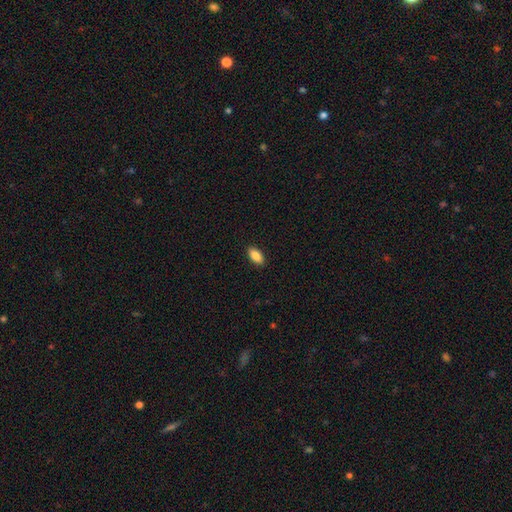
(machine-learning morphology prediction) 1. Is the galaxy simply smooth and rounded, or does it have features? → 87% smooth, 7% star or artifact, 6% featured or disk.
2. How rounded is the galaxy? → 92% in between, 5% cigar-shaped, 3% round.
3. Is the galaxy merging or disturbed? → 90% none, 7% minor disturbance, 2% major disturbance, 1% merger.